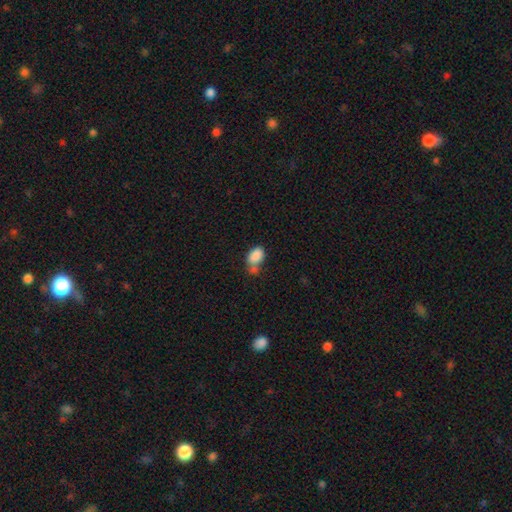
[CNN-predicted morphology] smooth-or-featured: smooth: 85% | star or artifact: 9% | featured or disk: 6%
  how-rounded: in between: 88% | round: 11% | cigar-shaped: 1%
  merging: none: 40% | merger: 30% | minor disturbance: 21% | major disturbance: 9%